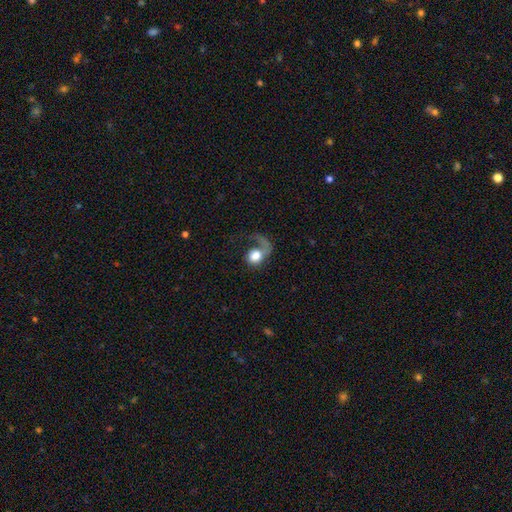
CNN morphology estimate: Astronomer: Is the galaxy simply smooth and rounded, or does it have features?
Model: smooth — 47% (runner-up: featured or disk, 45%).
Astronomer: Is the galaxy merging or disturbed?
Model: major disturbance — 53%.